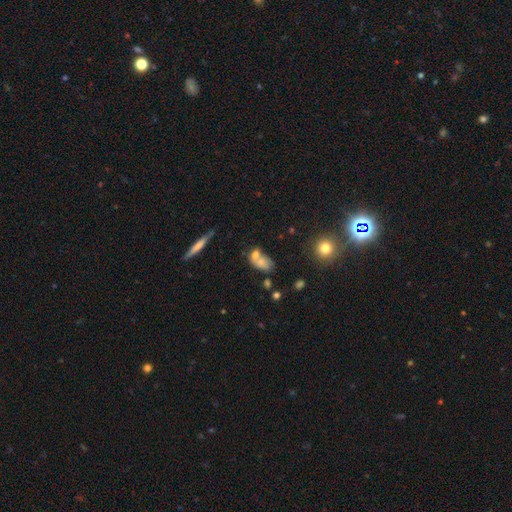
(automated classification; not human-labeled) smooth 66%, featured or disk 22%, star or artifact 12%. Down the decision tree: how rounded — in between (77%); merging — merger (50%).